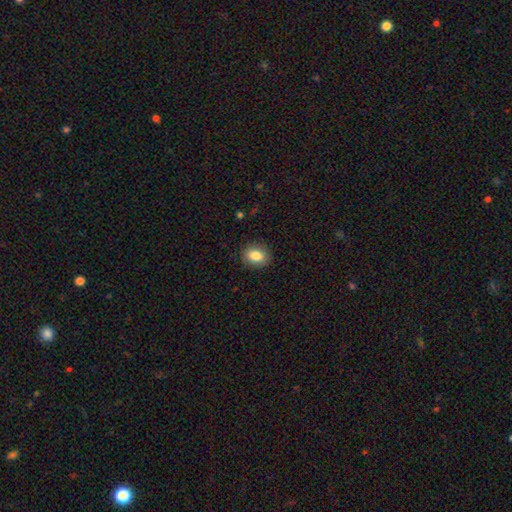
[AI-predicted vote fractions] This appears to be a smooth galaxy with no disk features (85%) that is in between round and cigar-shaped (62%). Merging: none (88%).